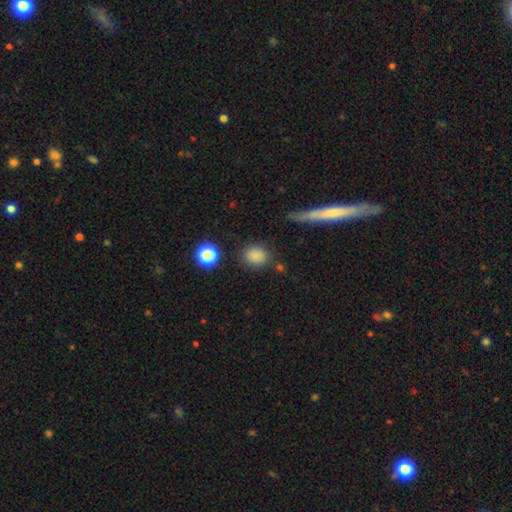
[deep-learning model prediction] smooth_or_featured: smooth (p=0.84) [alt: star or artifact p=0.12]
how_rounded: round (p=0.68) [alt: in between p=0.30]
merging: none (p=0.80) [alt: minor disturbance p=0.11]